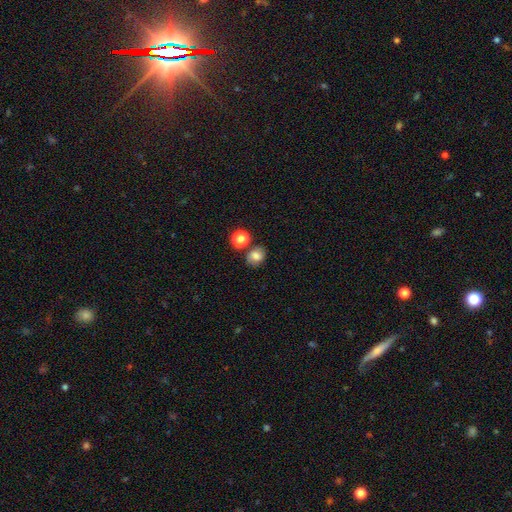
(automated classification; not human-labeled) smooth 74%, featured or disk 14%, star or artifact 12%. Down the decision tree: how rounded — round (61%); merging — none (69%).